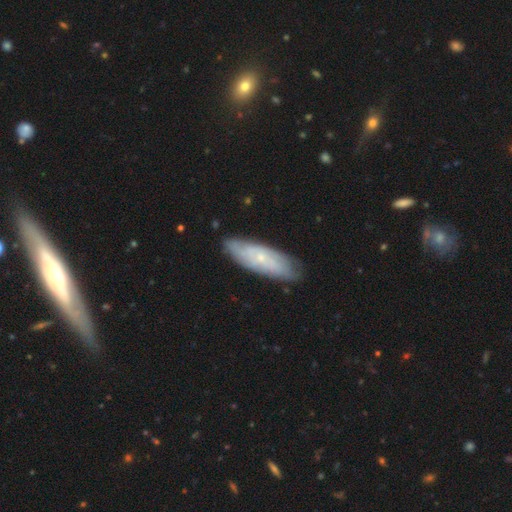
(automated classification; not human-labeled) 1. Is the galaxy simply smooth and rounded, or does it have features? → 51% featured or disk, 39% smooth, 10% star or artifact.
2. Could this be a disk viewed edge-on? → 70% no, 30% yes.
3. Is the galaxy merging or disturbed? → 84% none, 12% minor disturbance, 2% major disturbance, 1% merger.